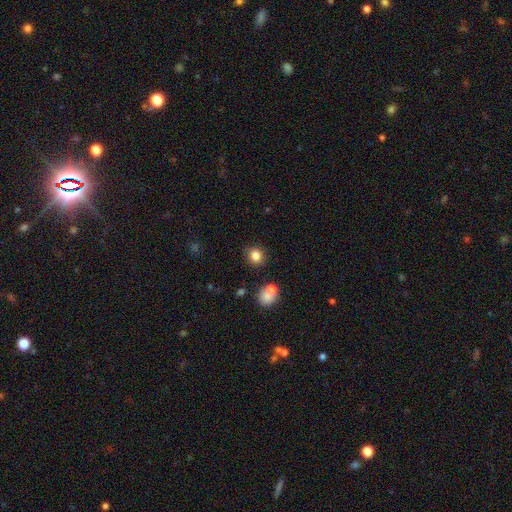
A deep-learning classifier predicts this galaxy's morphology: type=smooth (83%); roundness=round (86%); merging=none (83%).